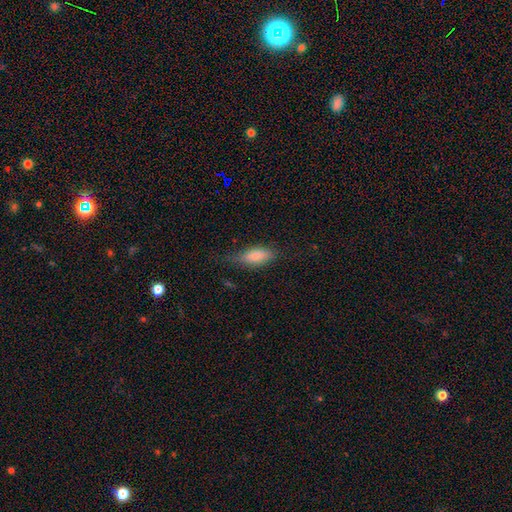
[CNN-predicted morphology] A smooth galaxy with no disk features (78%) that is in between round and cigar-shaped (77%). Merging: none (60%).